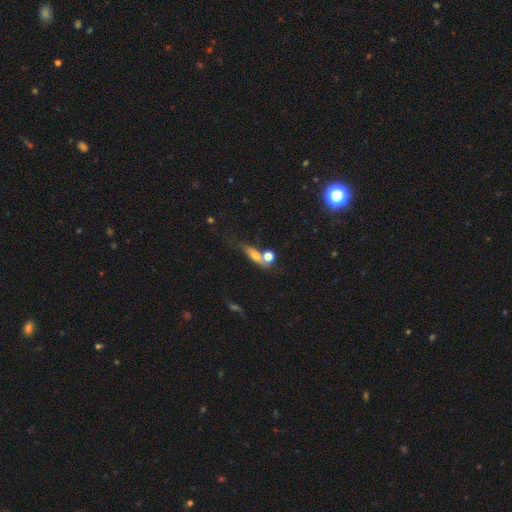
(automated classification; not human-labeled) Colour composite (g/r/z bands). It shows a smooth galaxy with no disk features (61%) that is in between round and cigar-shaped (41%). Merging: none (41%).